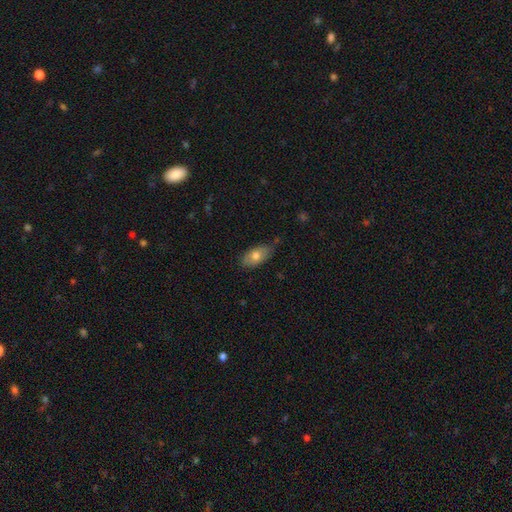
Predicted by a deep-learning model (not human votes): Q: Smooth or featured?
A: smooth (73%); runner-up: featured or disk (20%)
Q: How rounded?
A: in between (91%); runner-up: round (5%)
Q: Merging?
A: none (69%); runner-up: minor disturbance (25%)